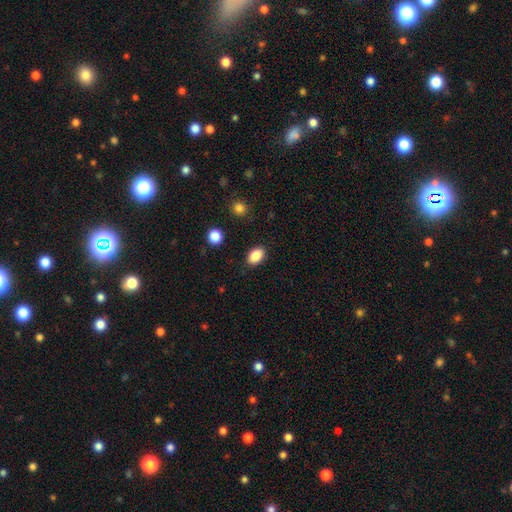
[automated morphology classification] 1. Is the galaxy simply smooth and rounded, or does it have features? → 87% smooth, 8% star or artifact, 4% featured or disk.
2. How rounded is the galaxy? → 87% in between, 12% round, 1% cigar-shaped.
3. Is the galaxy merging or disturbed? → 88% none, 9% minor disturbance, 2% major disturbance, 1% merger.